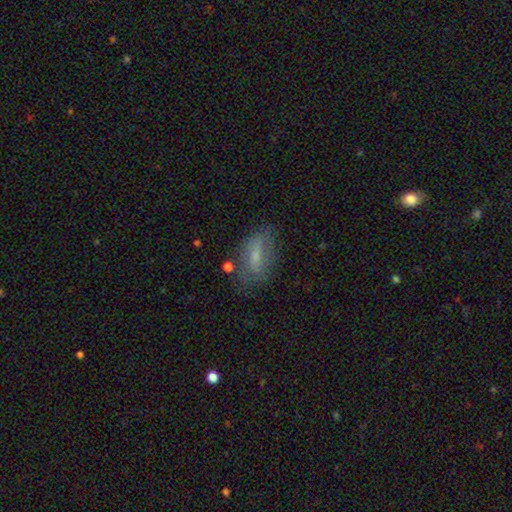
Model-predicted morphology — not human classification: smooth-or-featured: smooth: 55% | featured or disk: 36% | star or artifact: 9%
  how-rounded: in between: 81% | cigar-shaped: 13% | round: 6%
  merging: none: 62% | minor disturbance: 23% | major disturbance: 12% | merger: 4%